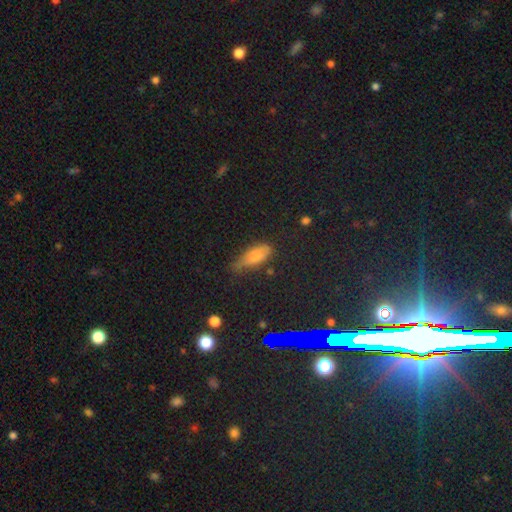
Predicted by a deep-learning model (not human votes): Smooth or featured? Predicted: smooth (p=0.72). How rounded? Predicted: in between (p=0.74). Merging? Predicted: none (p=0.43).